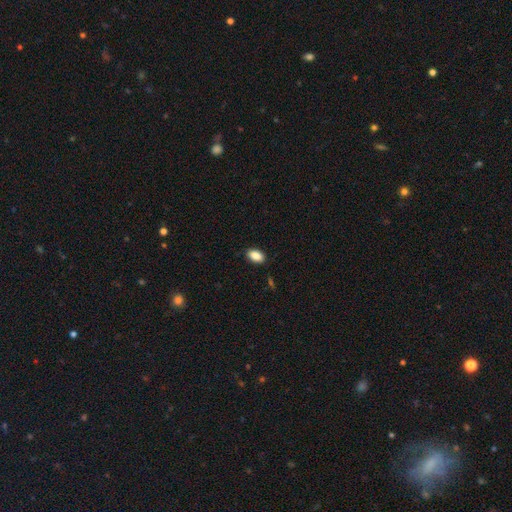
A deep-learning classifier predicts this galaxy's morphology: The model was most divided on "merging": none: 89%, minor disturbance: 8%, major disturbance: 2%, merger: 1%. More confident: how rounded — in between (91%); smooth or featured — smooth (89%).